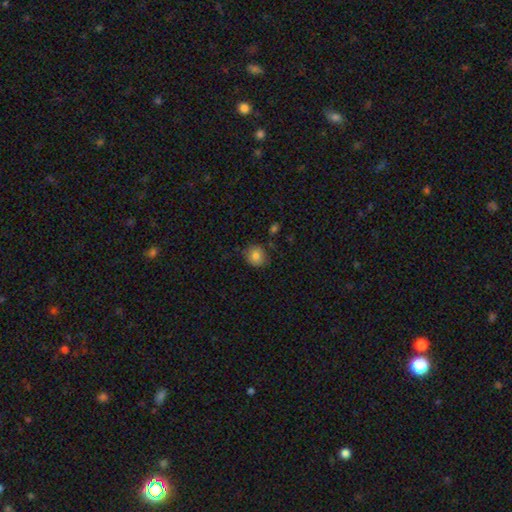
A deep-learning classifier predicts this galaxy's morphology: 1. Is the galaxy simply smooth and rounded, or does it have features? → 84% smooth, 9% star or artifact, 7% featured or disk.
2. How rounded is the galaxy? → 80% round, 19% in between, 1% cigar-shaped.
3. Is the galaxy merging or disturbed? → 81% none, 14% minor disturbance, 3% major disturbance, 3% merger.